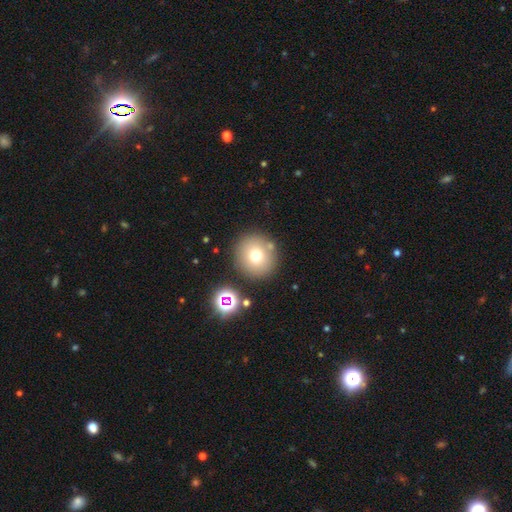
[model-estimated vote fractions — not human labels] The model was most divided on "smooth or featured": smooth: 72%, star or artifact: 14%, featured or disk: 14%. More confident: how rounded — round (93%); merging — none (83%).